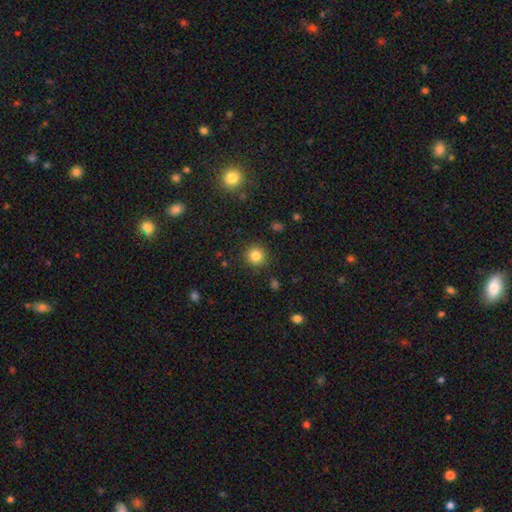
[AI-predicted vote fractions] Smooth or featured: smooth — 84% (star or artifact — 11%)
How rounded: round — 93% (in between — 6%)
Merging: none — 91% (minor disturbance — 6%)